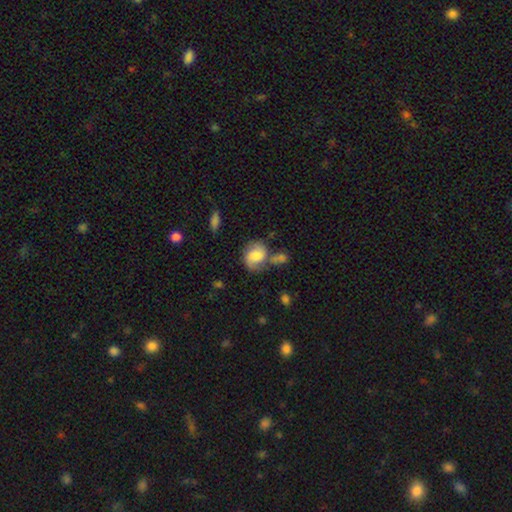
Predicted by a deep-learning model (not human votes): smooth_or_featured: smooth (p=0.55) [alt: featured or disk p=0.36]
how_rounded: in between (p=0.54) [alt: round p=0.44]
merging: none (p=0.42) [alt: minor disturbance p=0.23]